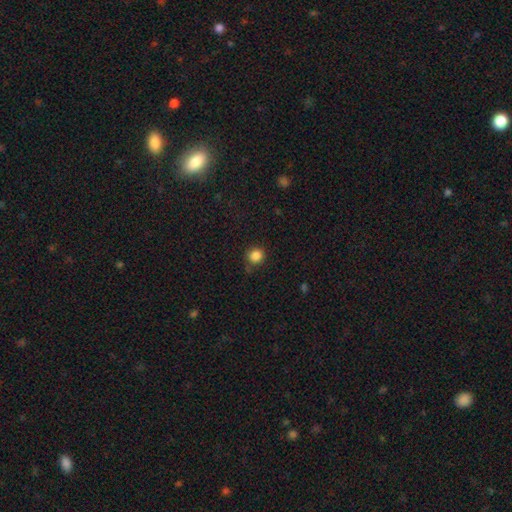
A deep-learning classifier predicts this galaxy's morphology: Overall: smooth (86%). How rounded: round (85%). Merging: none (81%).